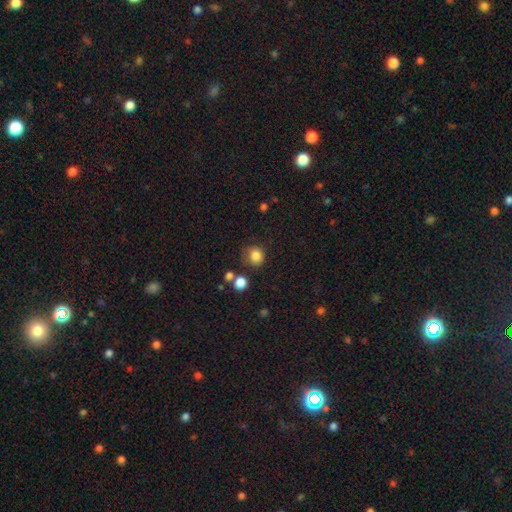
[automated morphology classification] smooth_or_featured: smooth (p=0.84) [alt: star or artifact p=0.11]
how_rounded: round (p=0.85) [alt: in between p=0.15]
merging: none (p=0.72) [alt: minor disturbance p=0.17]